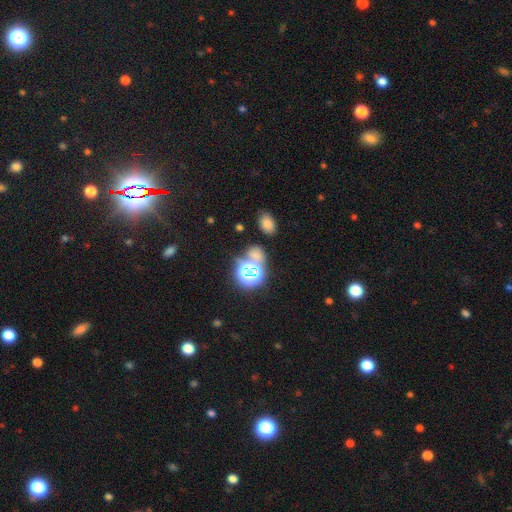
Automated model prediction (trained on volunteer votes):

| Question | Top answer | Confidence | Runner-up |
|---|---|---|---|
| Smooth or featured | star or artifact | 50% | smooth (41%) |